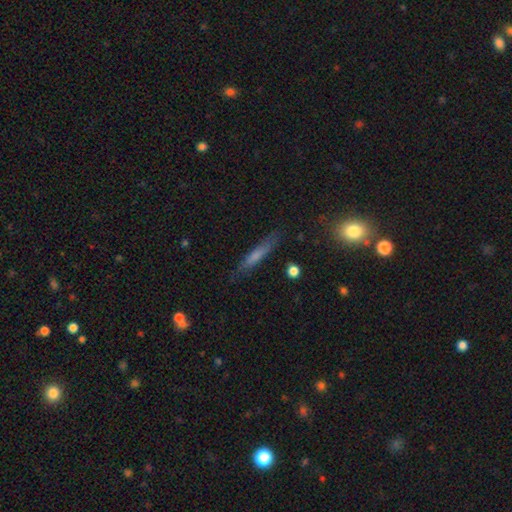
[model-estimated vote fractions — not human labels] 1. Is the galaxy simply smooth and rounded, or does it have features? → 56% smooth, 34% featured or disk, 9% star or artifact.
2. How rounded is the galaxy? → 91% cigar-shaped, 7% in between, 2% round.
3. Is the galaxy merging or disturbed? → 80% none, 14% minor disturbance, 3% major disturbance, 2% merger.